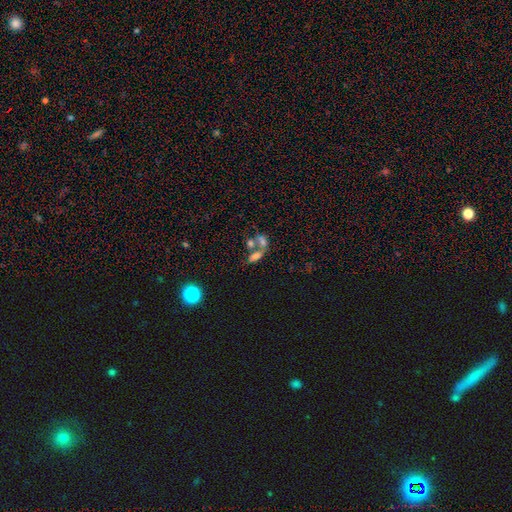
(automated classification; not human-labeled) A smooth galaxy with no disk features (62%) that is in between round and cigar-shaped (74%). Merging: merger (57%).